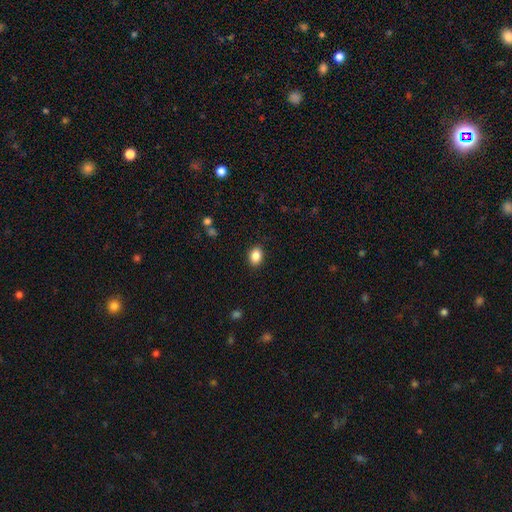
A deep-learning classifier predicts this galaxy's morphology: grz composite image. It shows a smooth galaxy with no disk features (87%) that is in between round and cigar-shaped (67%). Merging: none (88%).